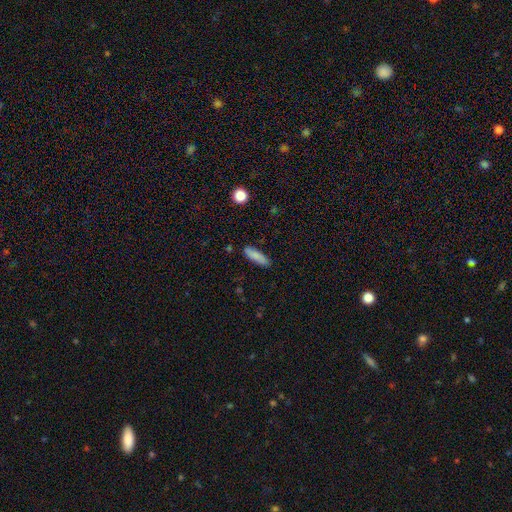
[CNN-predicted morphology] Smooth or featured: smooth — 85% (featured or disk — 8%)
How rounded: cigar-shaped — 55% (in between — 43%)
Merging: none — 86% (minor disturbance — 10%)